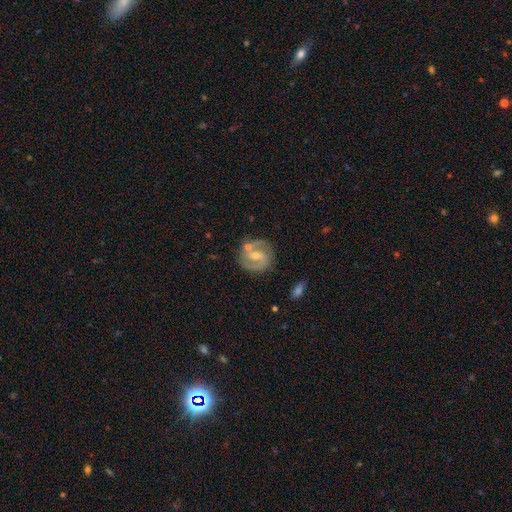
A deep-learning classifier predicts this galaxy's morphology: Smooth or featured: featured or disk — 82% (smooth — 12%)
Edge-on disk: no — 97% (yes — 3%)
Bar: weak — 50% (strong — 26%)
Spiral arms: yes — 94% (no — 6%)
Spiral winding: medium — 50% (tight — 36%)
Spiral arm count: 2 — 88% (can't tell — 5%)
Bulge size: small — 50% (moderate — 44%)
Merging: none — 75% (minor disturbance — 13%)